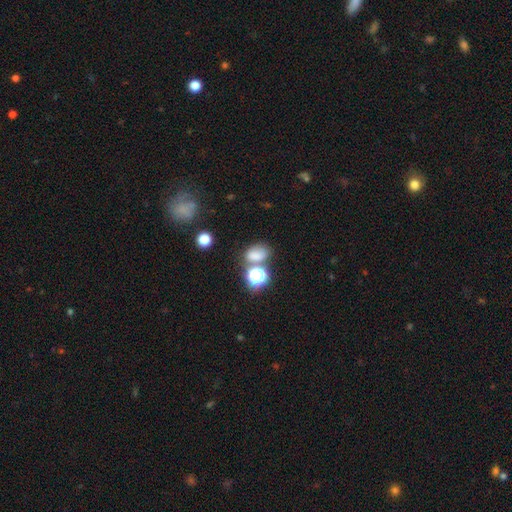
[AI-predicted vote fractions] Smooth or featured? smooth (69%)
How rounded? in between (67%)
Merging? none (51%)